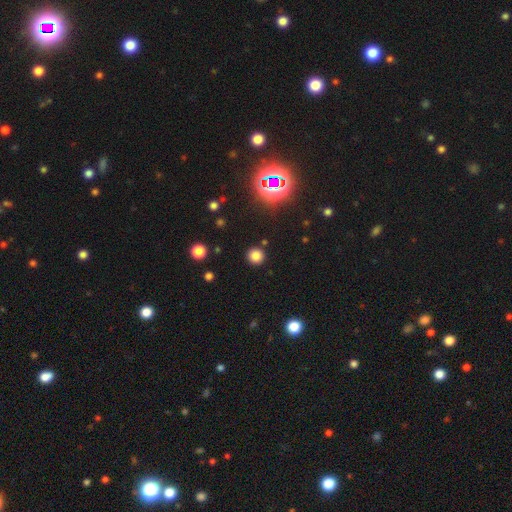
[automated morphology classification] Overall: smooth (79%). How rounded: round (94%). Merging: none (90%).